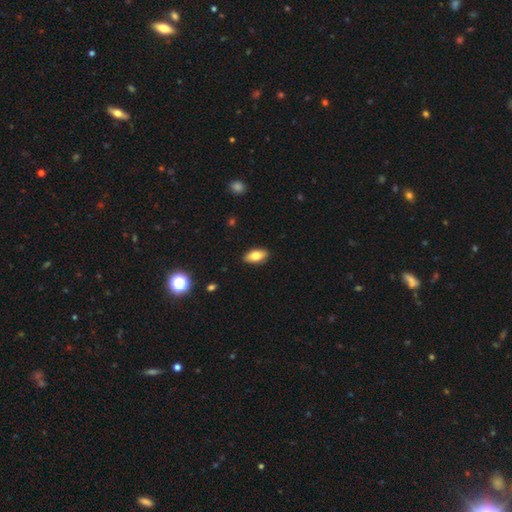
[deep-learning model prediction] smooth 77%, featured or disk 16%, star or artifact 7%. Down the decision tree: how rounded — in between (89%); merging — none (89%).